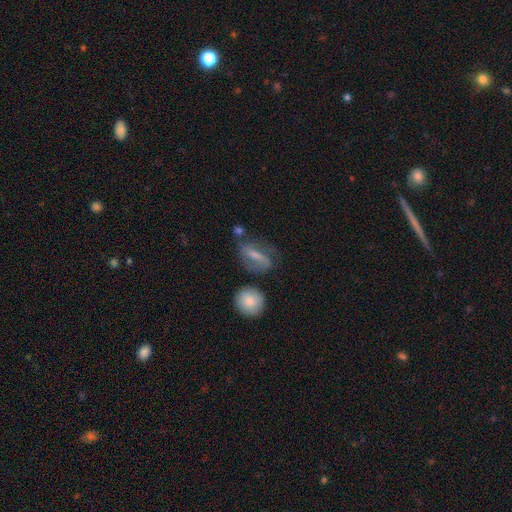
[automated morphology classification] Smooth or featured? featured or disk (51%)
Edge-on disk? no (88%)
Merging? none (54%)